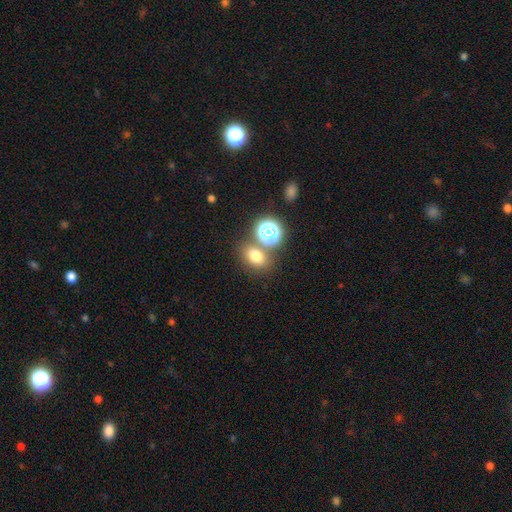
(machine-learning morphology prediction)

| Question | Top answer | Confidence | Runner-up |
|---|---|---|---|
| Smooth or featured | smooth | 72% | star or artifact (18%) |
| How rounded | in between | 55% | round (43%) |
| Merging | none | 66% | merger (19%) |